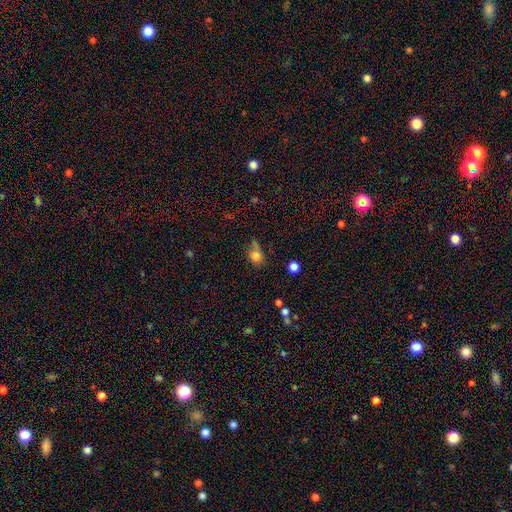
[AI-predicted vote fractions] Overall: smooth (78%). How rounded: round (70%). Merging: none (51%; minor disturbance 26%).